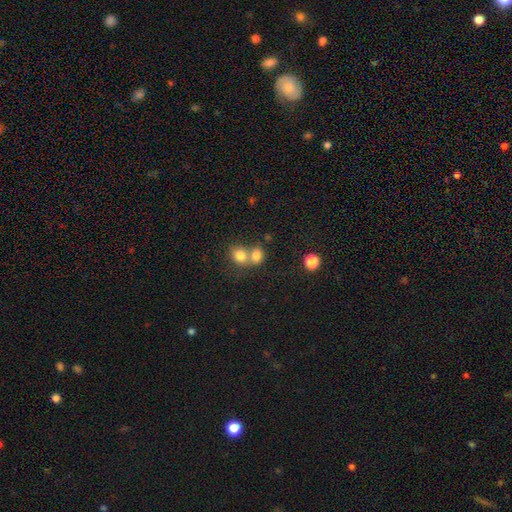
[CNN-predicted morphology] Smooth or featured: smooth — 79% (star or artifact — 11%)
How rounded: round — 61% (in between — 38%)
Merging: merger — 60% (none — 31%)